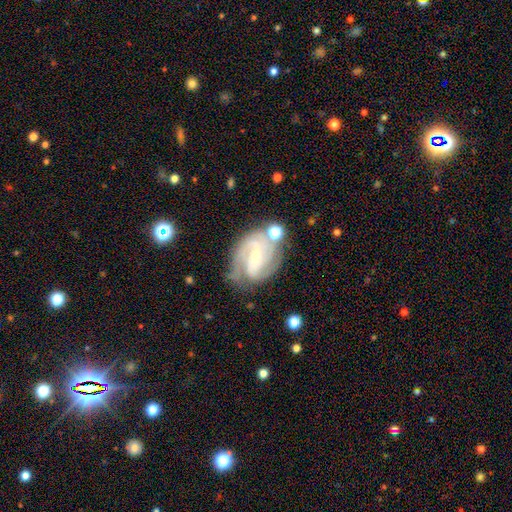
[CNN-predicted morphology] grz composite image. It shows a featured or disk galaxy (86%) with a weak bar (44%), 2 (49%) tight (46%) spiral arms (97%) and a small central bulge (69%). Merging: none (66%).